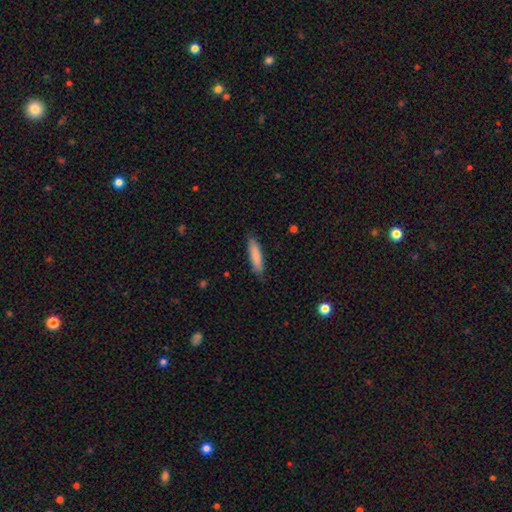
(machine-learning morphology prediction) Smooth or featured: smooth — 84% (featured or disk — 10%)
How rounded: cigar-shaped — 75% (in between — 23%)
Merging: none — 84% (minor disturbance — 13%)